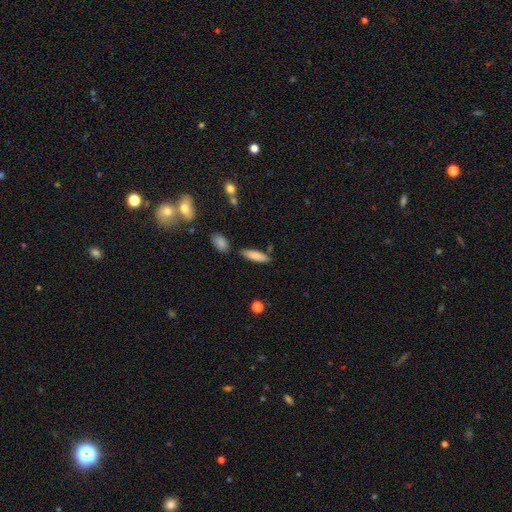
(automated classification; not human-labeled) This is clearly a smooth galaxy (82%). How rounded: possibly cigar-shaped (59%). Merging: likely none (77%).